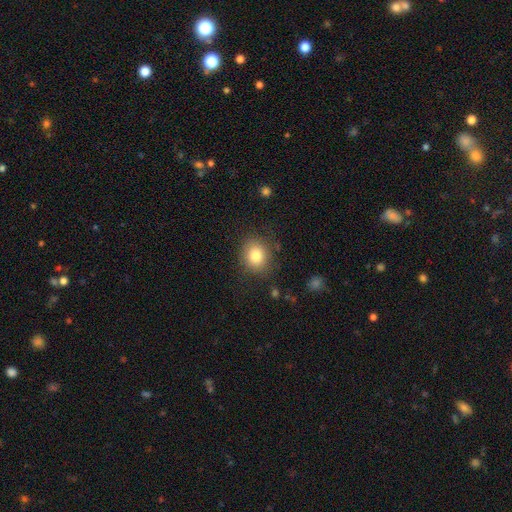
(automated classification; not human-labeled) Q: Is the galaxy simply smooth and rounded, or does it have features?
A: smooth — 81%.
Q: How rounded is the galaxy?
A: round — 72%.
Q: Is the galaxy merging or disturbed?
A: none — 84%.